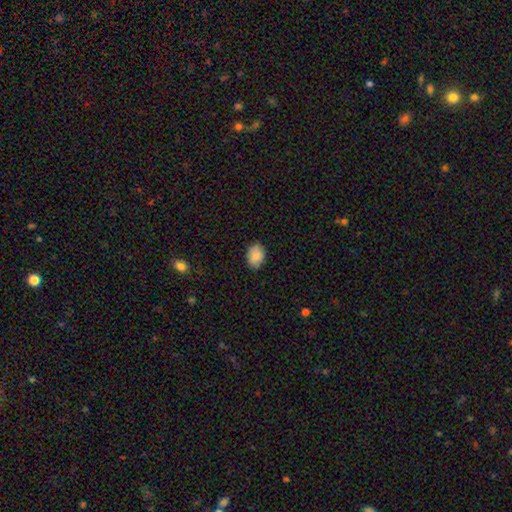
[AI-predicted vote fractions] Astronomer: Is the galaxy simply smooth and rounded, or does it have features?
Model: smooth — 87%.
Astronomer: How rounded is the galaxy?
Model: in between — 74%.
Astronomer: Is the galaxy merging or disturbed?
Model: none — 85%.